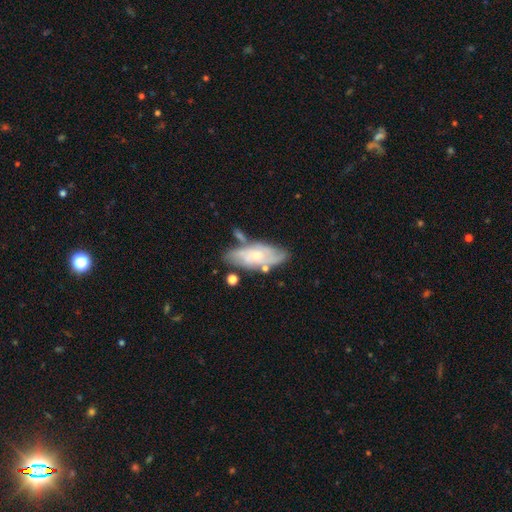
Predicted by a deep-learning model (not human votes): featured or disk 58%, smooth 36%, star or artifact 6%. Down the decision tree: edge-on disk — no (85%); merging — none (61%).